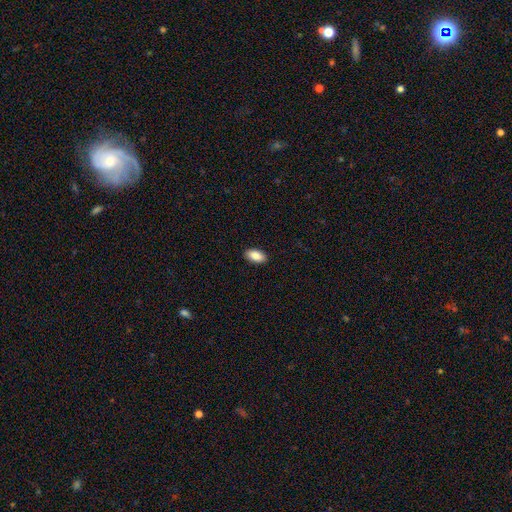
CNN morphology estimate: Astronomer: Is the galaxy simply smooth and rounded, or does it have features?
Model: smooth — 87%.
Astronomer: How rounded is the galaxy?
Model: in between — 93%.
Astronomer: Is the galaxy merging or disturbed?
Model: none — 90%.